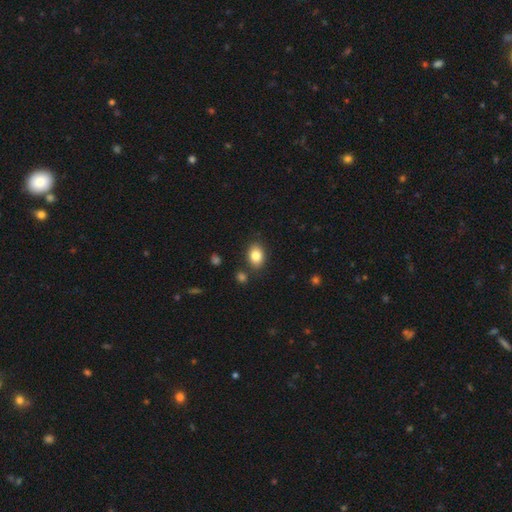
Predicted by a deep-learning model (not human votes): The model was most divided on "how rounded": in between: 76%, round: 23%, cigar-shaped: 1%. More confident: smooth or featured — smooth (84%); merging — none (82%).